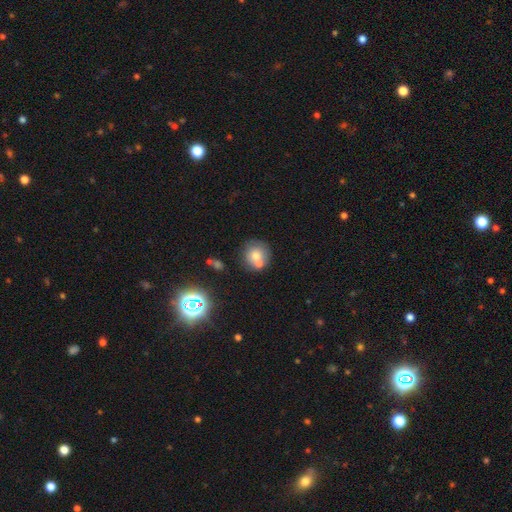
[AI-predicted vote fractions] A smooth galaxy with no disk features (66%) that is round (89%).

Vote fractions:
- Smooth or featured? smooth: 66% / featured or disk: 21% / star or artifact: 13%
- How rounded? round: 89% / in between: 10% / cigar-shaped: 1%
- Merging? none: 52% / merger: 35% / minor disturbance: 10% / major disturbance: 3%